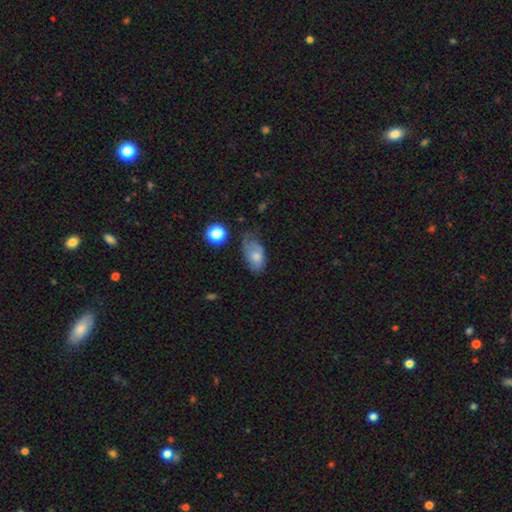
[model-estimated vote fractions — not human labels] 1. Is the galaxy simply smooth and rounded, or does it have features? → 70% smooth, 20% featured or disk, 10% star or artifact.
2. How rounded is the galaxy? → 90% in between, 8% round, 2% cigar-shaped.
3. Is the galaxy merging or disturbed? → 41% none, 38% minor disturbance, 18% major disturbance, 3% merger.